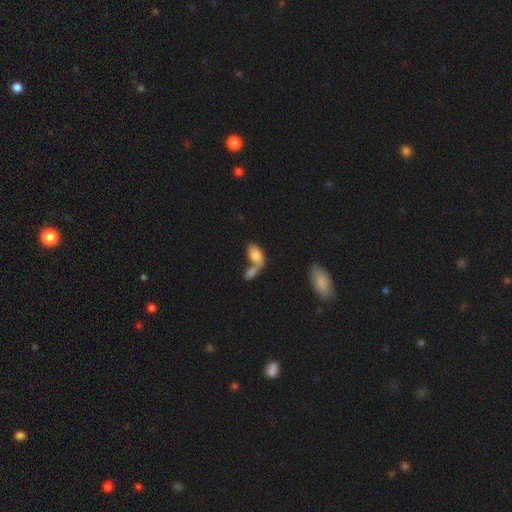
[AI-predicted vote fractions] Smooth or featured? Predicted: smooth (p=0.75). How rounded? Predicted: in between (p=0.89). Merging? Predicted: merger (p=0.63).